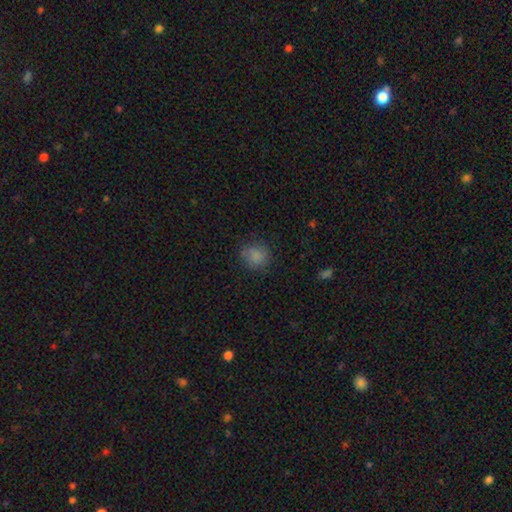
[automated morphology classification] type=smooth (82%); roundness=round (83%); merging=none (76%).